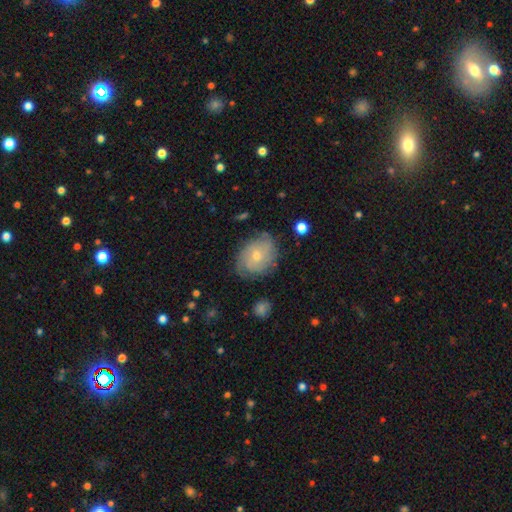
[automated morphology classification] Smooth or featured: featured or disk — 66% (smooth — 25%)
Edge-on disk: no — 97% (yes — 3%)
Bar: no — 76% (weak — 21%)
Spiral arms: yes — 89% (no — 11%)
Spiral winding: tight — 65% (medium — 26%)
Spiral arm count: can't tell — 45% (2 — 17%)
Bulge size: small — 55% (moderate — 41%)
Merging: none — 75% (minor disturbance — 18%)